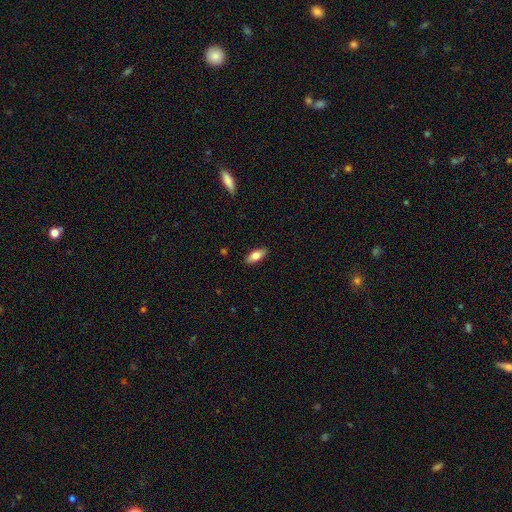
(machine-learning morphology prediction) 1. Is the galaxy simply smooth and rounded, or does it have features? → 75% smooth, 18% featured or disk, 7% star or artifact.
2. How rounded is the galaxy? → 80% in between, 17% cigar-shaped, 3% round.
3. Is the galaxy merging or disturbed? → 88% none, 9% minor disturbance, 2% major disturbance, 1% merger.